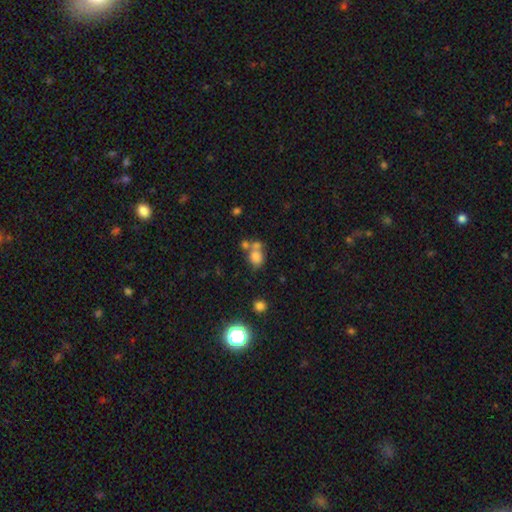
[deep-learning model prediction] smooth-or-featured: smooth: 74% | star or artifact: 15% | featured or disk: 11%
  how-rounded: round: 55% | in between: 43% | cigar-shaped: 1%
  merging: merger: 43% | none: 39% | minor disturbance: 11% | major disturbance: 7%